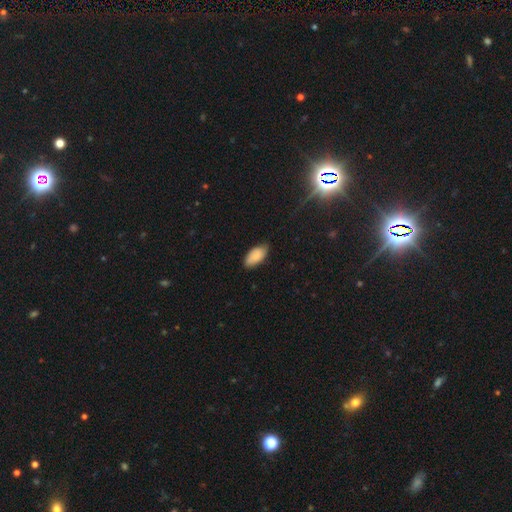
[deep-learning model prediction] Overall: smooth (87%). How rounded: in between (94%). Merging: none (76%).